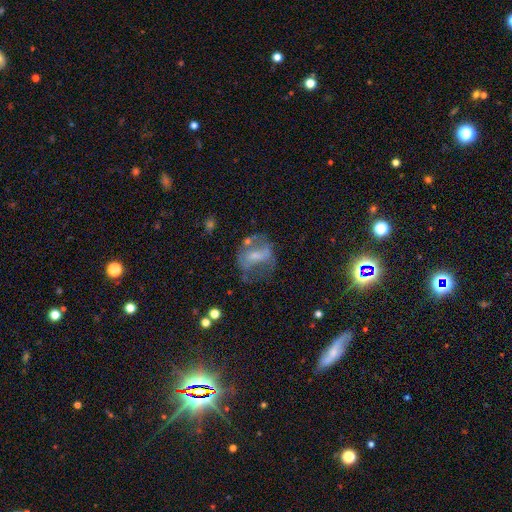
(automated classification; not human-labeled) Q: Smooth or featured?
A: featured or disk (53%); runner-up: smooth (35%)
Q: Edge-on disk?
A: no (96%); runner-up: yes (4%)
Q: Bar?
A: no (47%); runner-up: weak (35%)
Q: Spiral arms?
A: no (65%); runner-up: yes (35%)
Q: Bulge size?
A: small (42%); runner-up: moderate (30%)
Q: Merging?
A: none (37%); runner-up: major disturbance (32%)